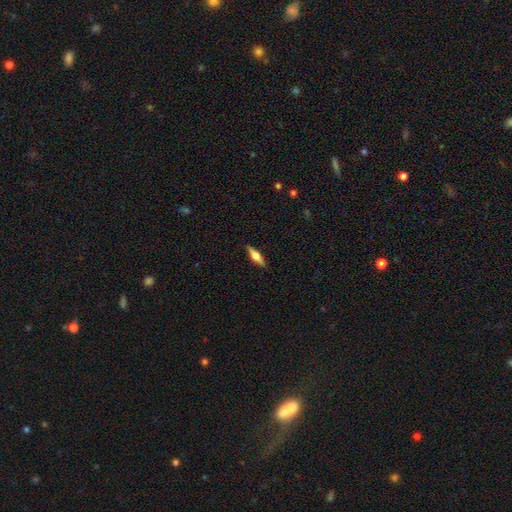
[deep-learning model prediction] The model was most divided on "smooth or featured": featured or disk: 55%, smooth: 39%, star or artifact: 6%. More confident: edge-on disk — yes (95%); edge-on bulge — rounded (90%); merging — none (88%).